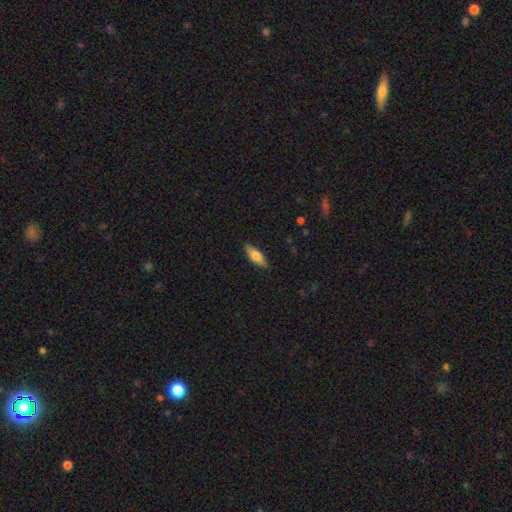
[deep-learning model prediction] Q: Smooth or featured?
A: smooth (67%); runner-up: featured or disk (27%)
Q: How rounded?
A: in between (66%); runner-up: cigar-shaped (31%)
Q: Merging?
A: none (88%); runner-up: minor disturbance (9%)